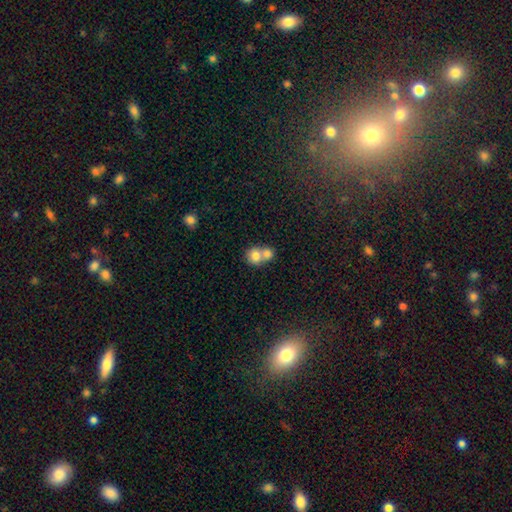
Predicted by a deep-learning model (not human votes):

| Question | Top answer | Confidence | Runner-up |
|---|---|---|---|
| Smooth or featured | smooth | 77% | featured or disk (14%) |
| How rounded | round | 79% | in between (20%) |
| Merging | merger | 66% | none (27%) |